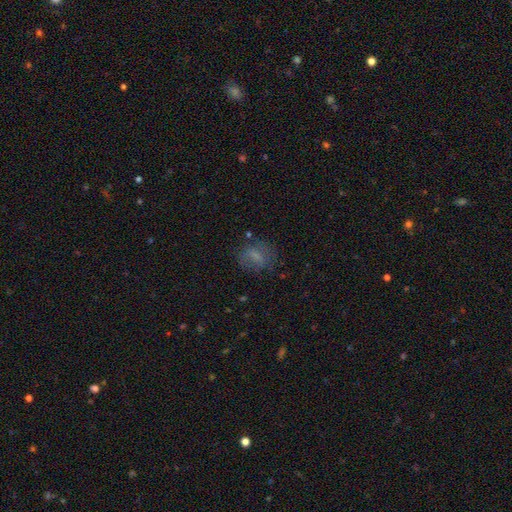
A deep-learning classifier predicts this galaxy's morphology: smooth 58%, featured or disk 28%, star or artifact 15%. Down the decision tree: how rounded — in between (54%); merging — none (64%).